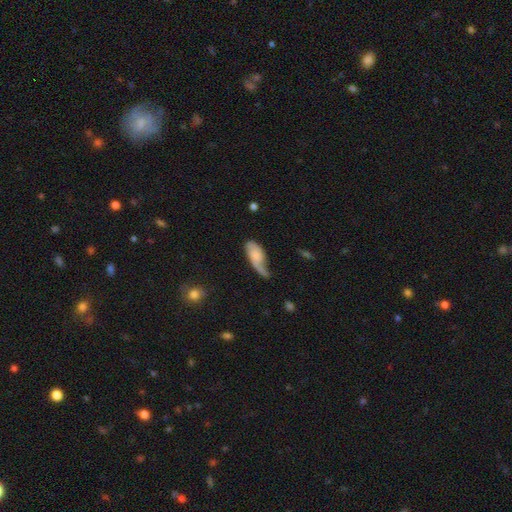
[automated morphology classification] Smooth or featured: smooth — 55% (featured or disk — 38%)
How rounded: in between — 84% (cigar-shaped — 13%)
Merging: minor disturbance — 34% (tied with major disturbance — 34%)